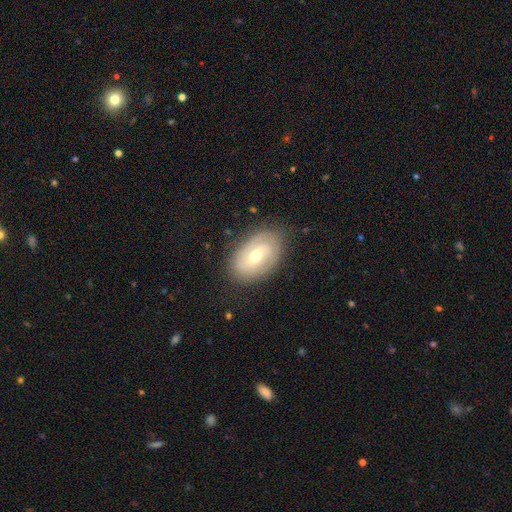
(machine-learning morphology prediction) smooth-or-featured: featured or disk: 63% | smooth: 31% | star or artifact: 7%
  disk-edge-on: no: 93% | yes: 7%
    bar: weak: 49% | no: 32% | strong: 19%
    has-spiral-arms: yes: 74% | no: 26%
    bulge-size: moderate: 65% | small: 29% | large: 4% | none: 1% | dominant: 1%
  merging: none: 80% | minor disturbance: 14% | major disturbance: 4% | merger: 1%